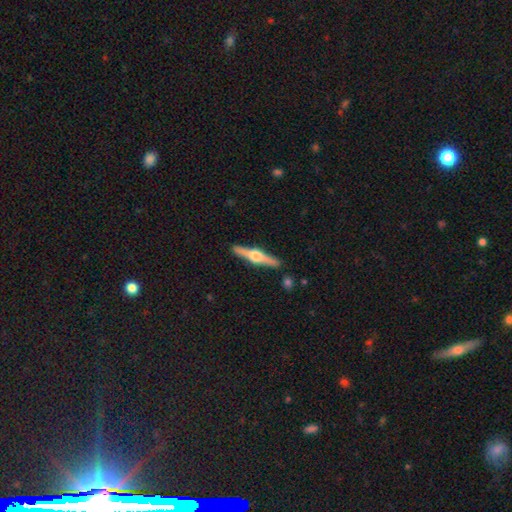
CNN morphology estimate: smooth-or-featured: featured or disk: 75% | smooth: 20% | star or artifact: 5%
  disk-edge-on: yes: 98% | no: 2%
    edge-on-bulge: rounded: 94% | boxy: 4% | none: 2%
  merging: none: 89% | minor disturbance: 7% | merger: 2% | major disturbance: 2%